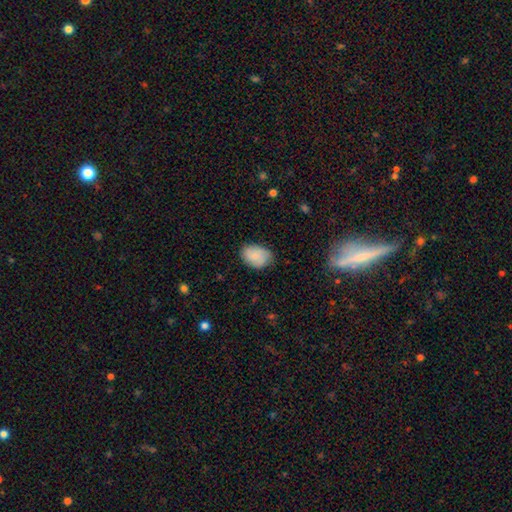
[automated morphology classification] A smooth galaxy with no disk features (77%) that is in between round and cigar-shaped (80%). Merging: none (75%).